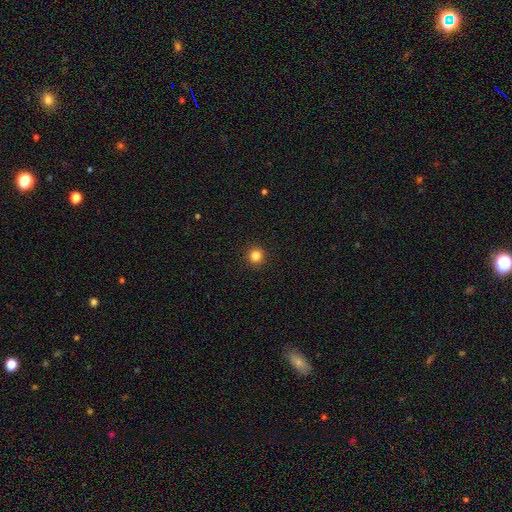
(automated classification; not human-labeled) This appears to be a smooth galaxy with no disk features (83%) that is round (95%). Merging: none (93%).